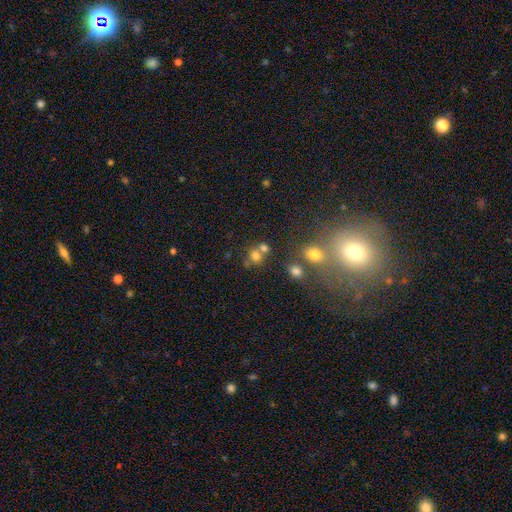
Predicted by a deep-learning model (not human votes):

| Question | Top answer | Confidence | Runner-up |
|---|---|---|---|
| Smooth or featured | smooth | 69% | star or artifact (18%) |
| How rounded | round | 76% | in between (23%) |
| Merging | none | 46% | merger (41%) |